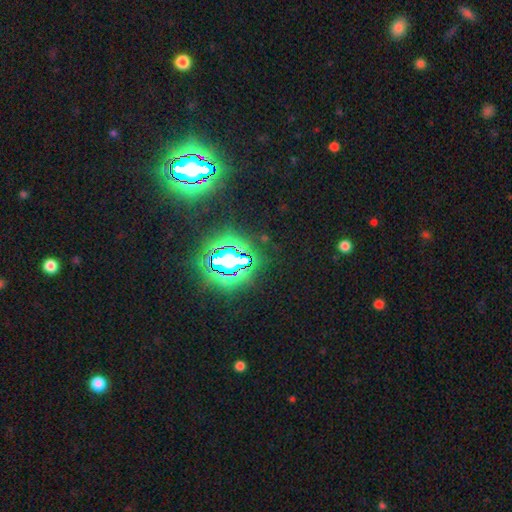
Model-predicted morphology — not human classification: Smooth or featured? star or artifact (83%)